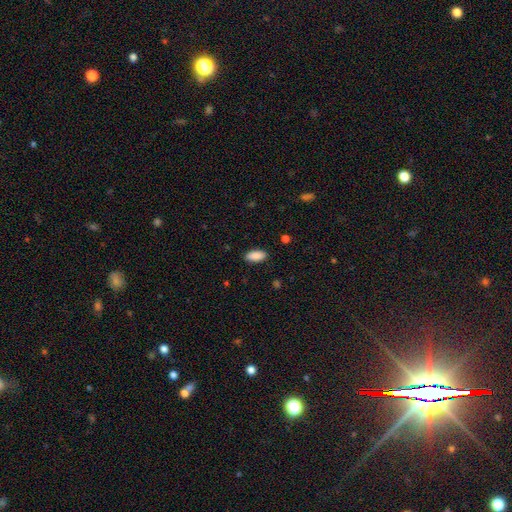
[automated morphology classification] Smooth or featured: smooth — 90% (star or artifact — 7%)
How rounded: in between — 89% (cigar-shaped — 9%)
Merging: none — 88% (minor disturbance — 9%)